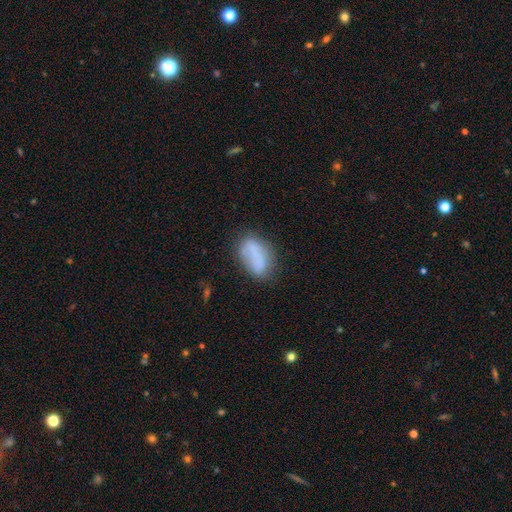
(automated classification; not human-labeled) A smooth galaxy with no disk features (72%) that is in between round and cigar-shaped (87%).

Vote fractions:
- Smooth or featured? smooth: 72% / featured or disk: 20% / star or artifact: 9%
- How rounded? in between: 87% / cigar-shaped: 6% / round: 6%
- Merging? none: 57% / minor disturbance: 24% / major disturbance: 10% / merger: 8%